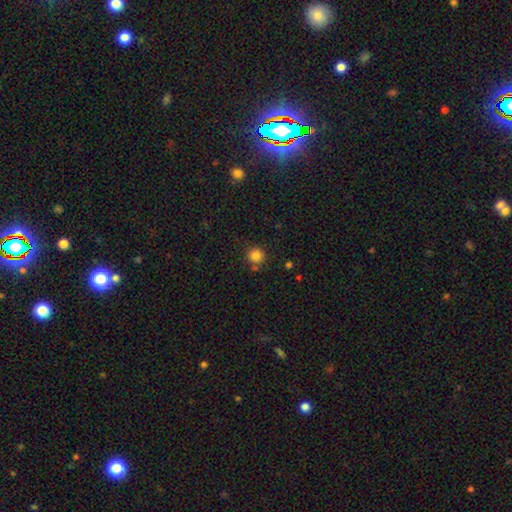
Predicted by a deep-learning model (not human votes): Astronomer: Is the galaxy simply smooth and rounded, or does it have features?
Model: smooth — 83%.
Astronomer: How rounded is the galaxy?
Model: round — 94%.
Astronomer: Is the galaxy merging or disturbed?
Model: none — 80%.